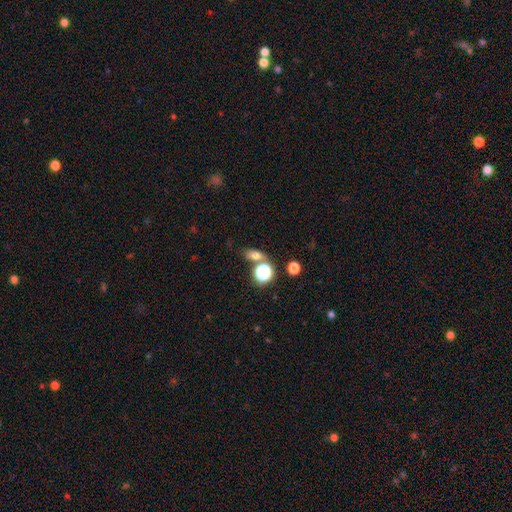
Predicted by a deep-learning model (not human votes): This appears to be a smooth galaxy with no disk features (67%) that is in between round and cigar-shaped (64%). Merging: none (65%).